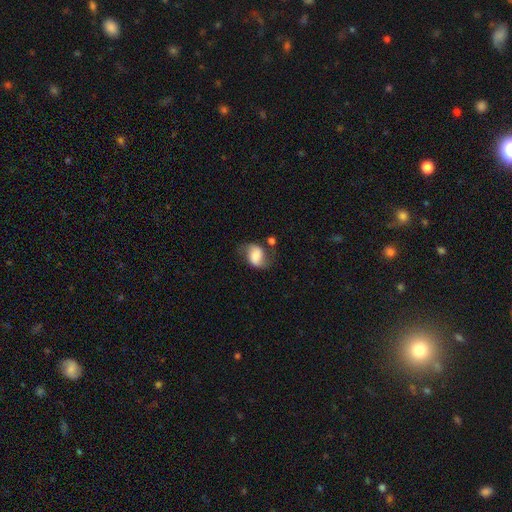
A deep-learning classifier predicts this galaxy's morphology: Q: Smooth or featured?
A: smooth (50%); runner-up: featured or disk (41%)
Q: Merging?
A: none (50%); runner-up: minor disturbance (26%)